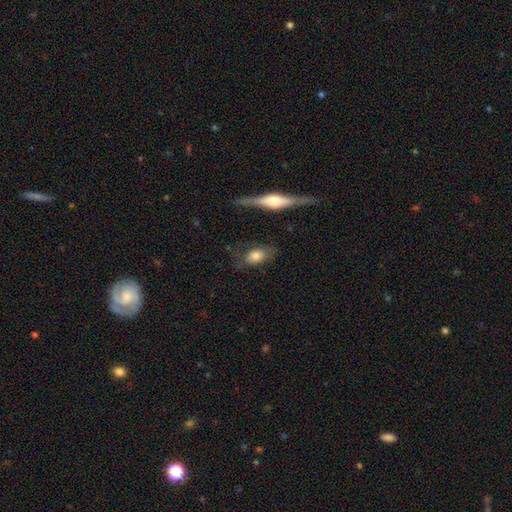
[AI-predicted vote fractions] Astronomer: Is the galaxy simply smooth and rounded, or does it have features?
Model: smooth — 71%.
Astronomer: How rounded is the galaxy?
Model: in between — 83%.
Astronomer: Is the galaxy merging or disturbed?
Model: none — 59%.